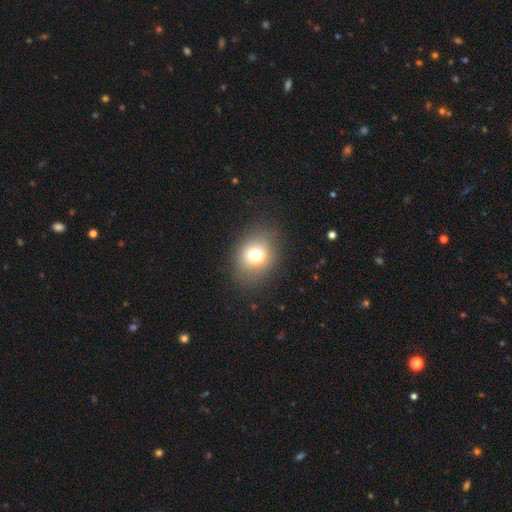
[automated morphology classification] smooth-or-featured: smooth: 73% | featured or disk: 14% | star or artifact: 12%
  how-rounded: in between: 50% | round: 49% | cigar-shaped: 1%
  merging: none: 83% | minor disturbance: 11% | major disturbance: 5% | merger: 1%